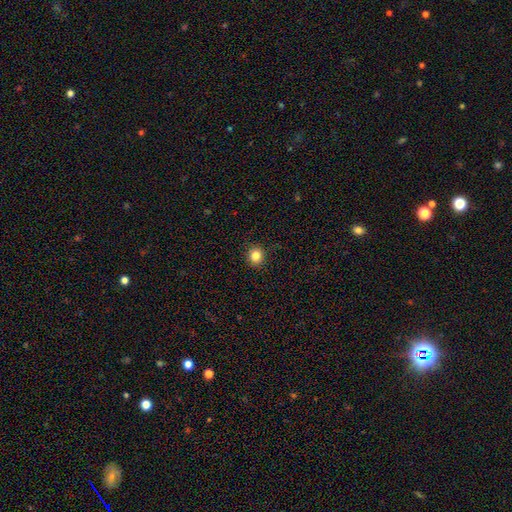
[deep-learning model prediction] Morphology: type=smooth (85%); roundness=round (83%); merging=none (91%).